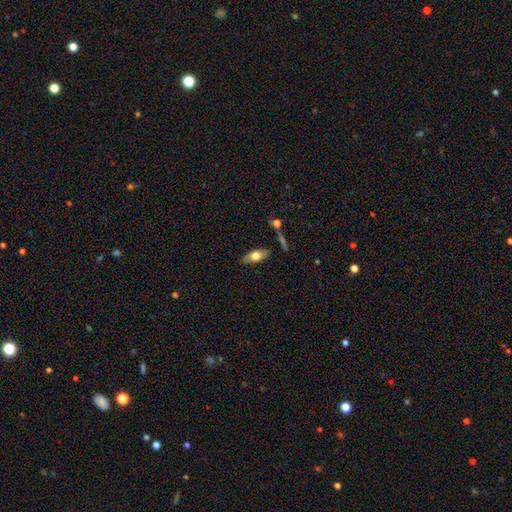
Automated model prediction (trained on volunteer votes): Smooth or featured? smooth (60%)
How rounded? in between (75%)
Merging? none (79%)